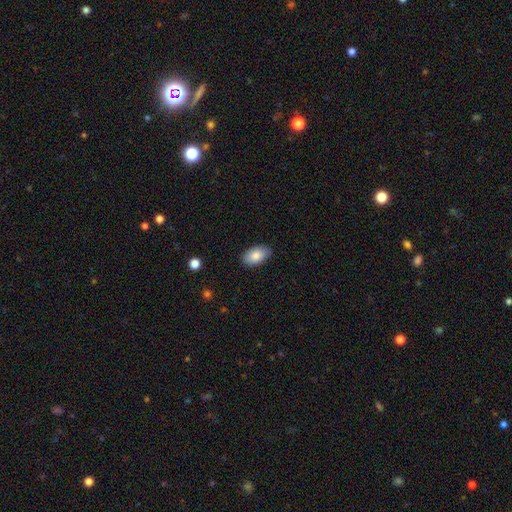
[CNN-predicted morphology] type=smooth (84%); roundness=in between (94%); merging=none (85%).